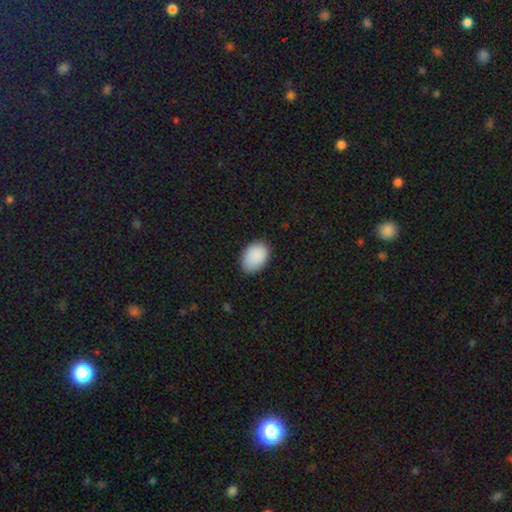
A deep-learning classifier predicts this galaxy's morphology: This appears to be a smooth galaxy with no disk features (90%) that is in between round and cigar-shaped (84%). Merging: none (81%).